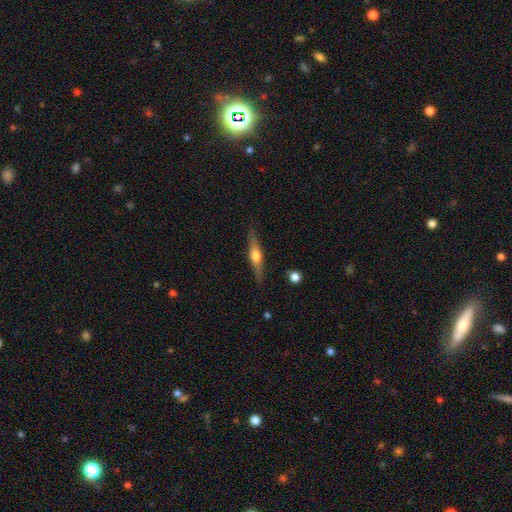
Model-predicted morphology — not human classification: Q: Smooth or featured?
A: featured or disk (62%); runner-up: smooth (32%)
Q: Edge-on disk?
A: yes (95%); runner-up: no (5%)
Q: Edge-on bulge?
A: rounded (90%); runner-up: boxy (6%)
Q: Merging?
A: none (86%); runner-up: minor disturbance (11%)